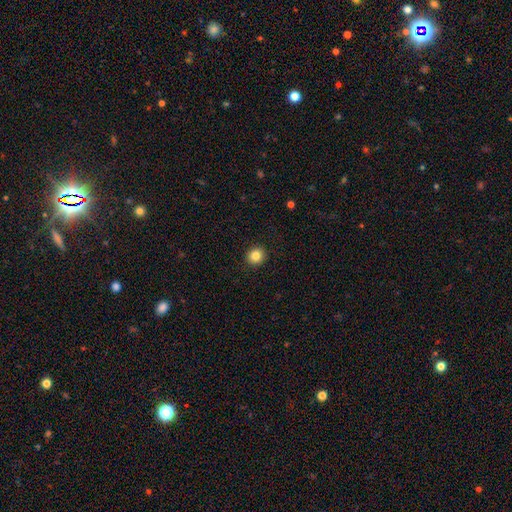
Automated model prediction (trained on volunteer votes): This appears to be a smooth galaxy with no disk features (84%) that is round (91%). Merging: none (93%).